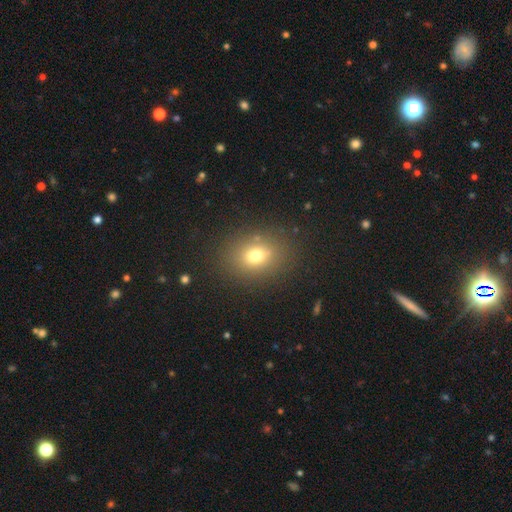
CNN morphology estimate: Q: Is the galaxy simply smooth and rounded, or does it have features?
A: smooth — 72%.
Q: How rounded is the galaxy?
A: in between — 54%.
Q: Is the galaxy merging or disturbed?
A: none — 84%.